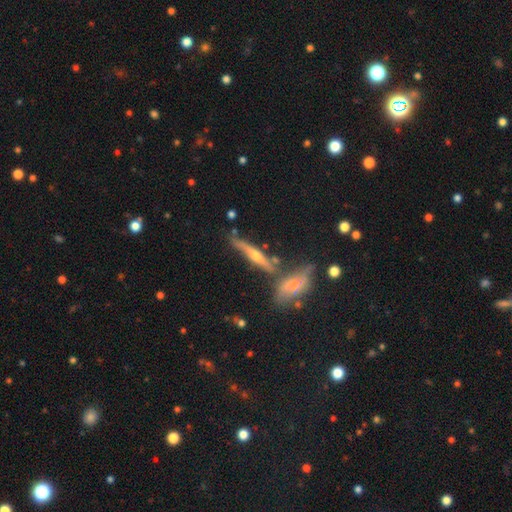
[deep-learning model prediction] Morphology: type=featured or disk (67%); edge-on=yes (93%); edge-on bulge=rounded (83%); merging=none (62%).